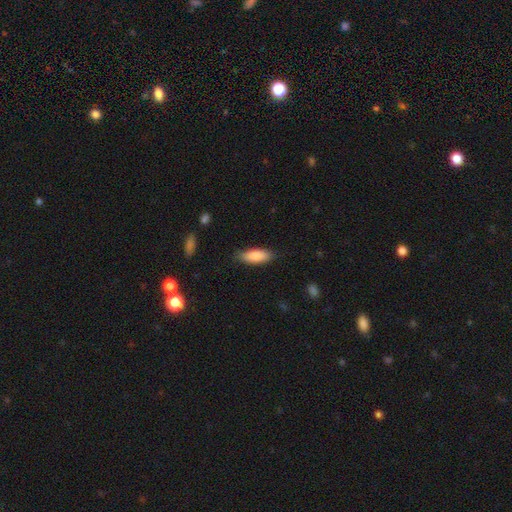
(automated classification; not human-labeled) smooth 85%, featured or disk 8%, star or artifact 6%. Down the decision tree: how rounded — in between (72%); merging — none (82%).